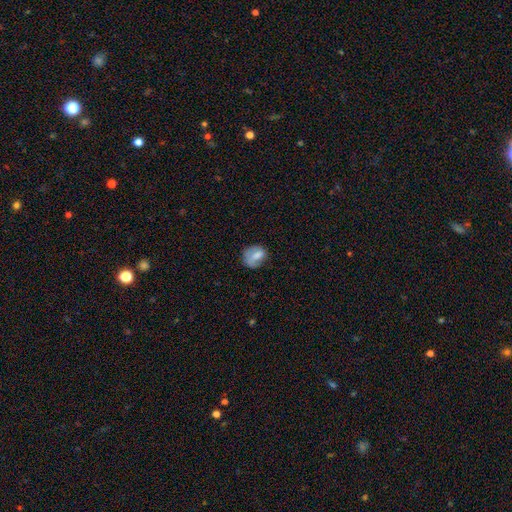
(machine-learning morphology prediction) smooth-or-featured: smooth: 64% | featured or disk: 28% | star or artifact: 8%
  how-rounded: round: 52% | in between: 46% | cigar-shaped: 1%
  merging: none: 51% | minor disturbance: 27% | major disturbance: 20% | merger: 2%